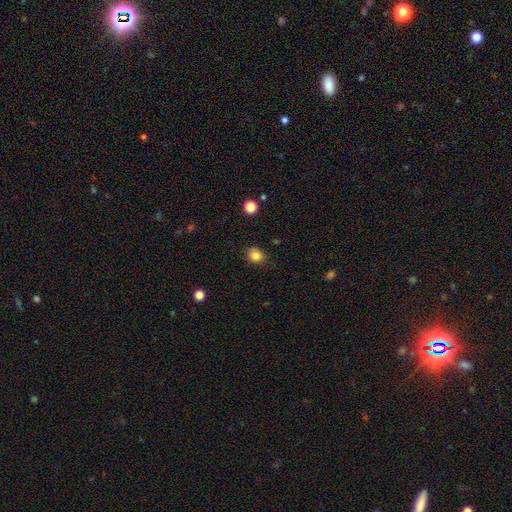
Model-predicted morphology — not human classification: This is clearly a smooth galaxy (83%). How rounded: likely round (72%). Merging: clearly none (82%).